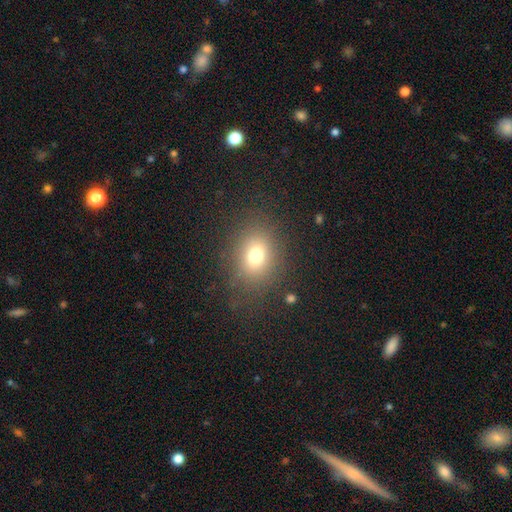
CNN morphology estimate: type=smooth (72%); roundness=round (54%); merging=none (79%).